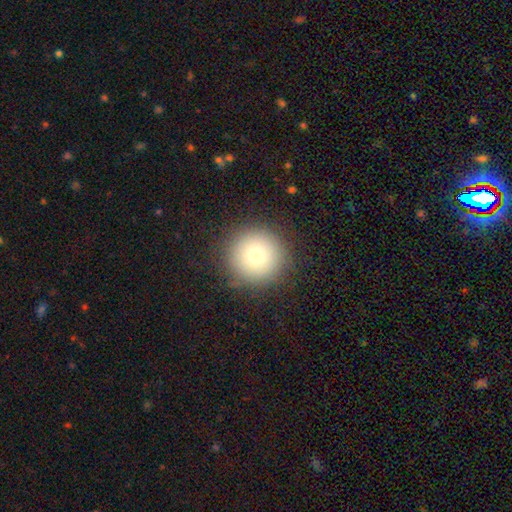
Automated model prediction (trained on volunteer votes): smooth_or_featured: smooth (p=0.75) [alt: star or artifact p=0.13]
how_rounded: round (p=0.96) [alt: in between p=0.03]
merging: none (p=0.88) [alt: minor disturbance p=0.08]